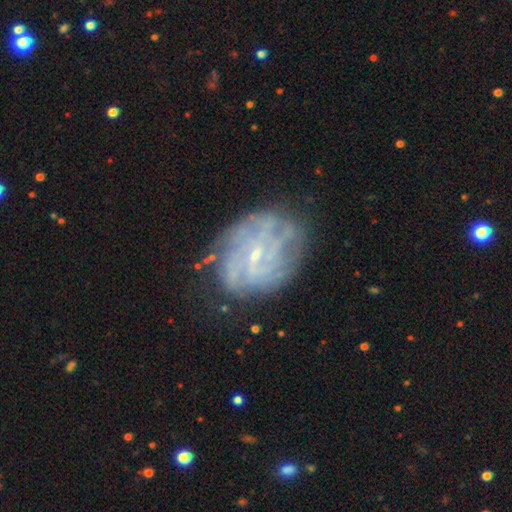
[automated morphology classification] Smooth or featured: featured or disk — 75% (smooth — 16%)
Edge-on disk: no — 97% (yes — 3%)
Bar: weak — 48% (no — 42%)
Spiral arms: yes — 77% (no — 23%)
Spiral winding: tight — 54% (medium — 32%)
Spiral arm count: can't tell — 55% (4 — 13%)
Bulge size: small — 78% (moderate — 13%)
Merging: none — 66% (minor disturbance — 21%)